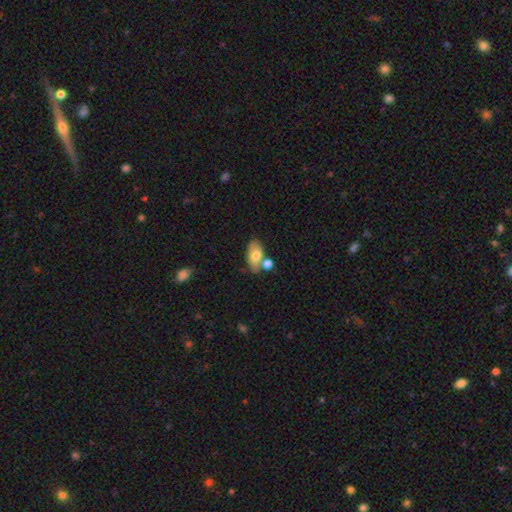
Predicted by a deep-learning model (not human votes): This appears to be a smooth galaxy with no disk features (70%) that is in between round and cigar-shaped (91%). Merging: none (54%).